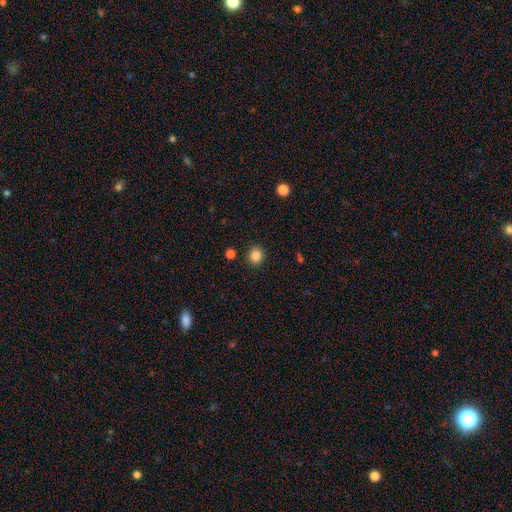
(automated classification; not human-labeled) A smooth galaxy with no disk features (85%) that is round (81%).

Vote fractions:
- Smooth or featured? smooth: 85% / star or artifact: 11% / featured or disk: 4%
- How rounded? round: 81% / in between: 18% / cigar-shaped: 1%
- Merging? none: 90% / minor disturbance: 6% / merger: 2% / major disturbance: 2%